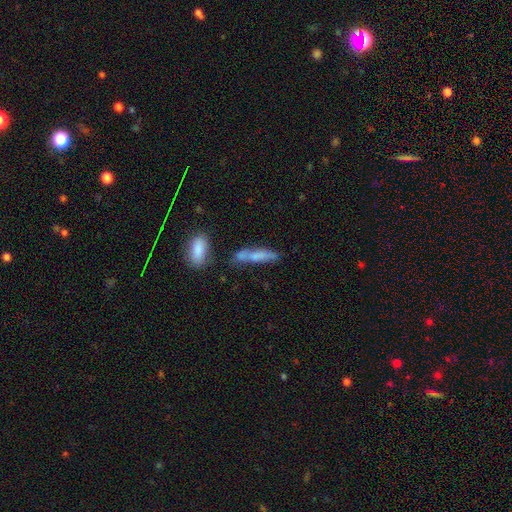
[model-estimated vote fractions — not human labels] Smooth or featured? smooth (65%)
How rounded? cigar-shaped (76%)
Merging? none (50%)